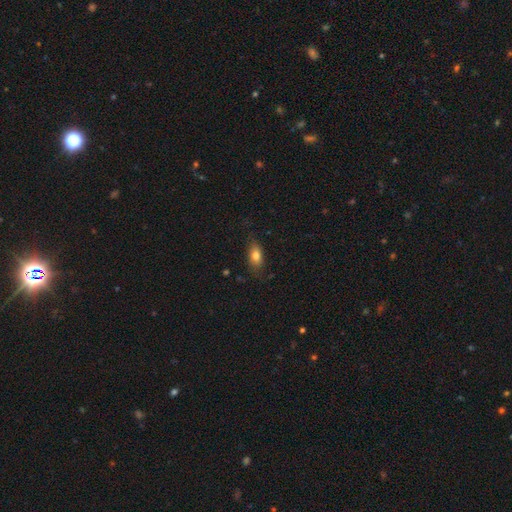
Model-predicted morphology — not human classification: A smooth galaxy with no disk features (79%) that is in between round and cigar-shaped (84%).

Vote fractions:
- Smooth or featured? smooth: 79% / featured or disk: 13% / star or artifact: 8%
- How rounded? in between: 84% / round: 8% / cigar-shaped: 8%
- Merging? none: 74% / minor disturbance: 20% / major disturbance: 5% / merger: 1%